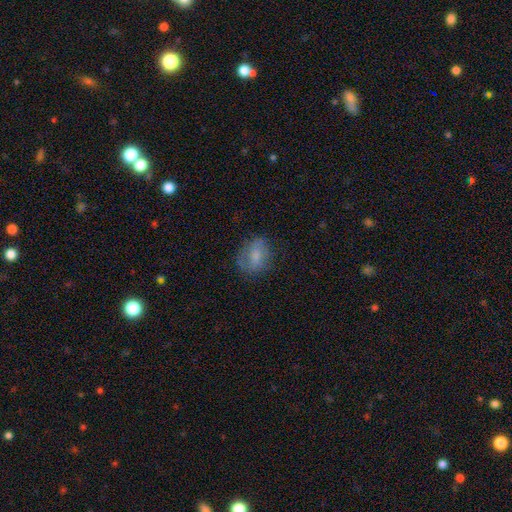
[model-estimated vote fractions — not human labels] A smooth galaxy with no disk features (63%) that is in between round and cigar-shaped (59%). Merging: none (65%).